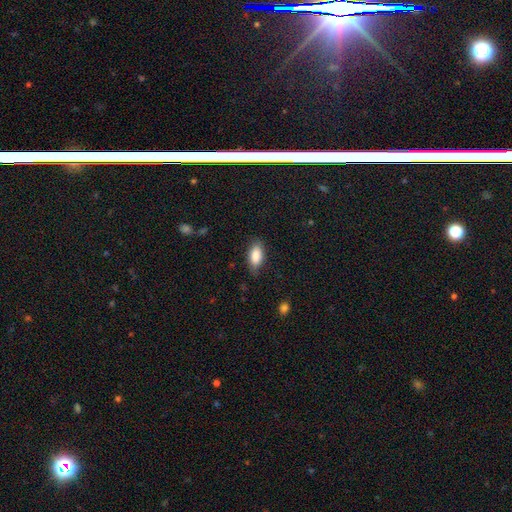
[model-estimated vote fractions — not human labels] A smooth galaxy with no disk features (87%) that is in between round and cigar-shaped (89%). Merging: none (79%).